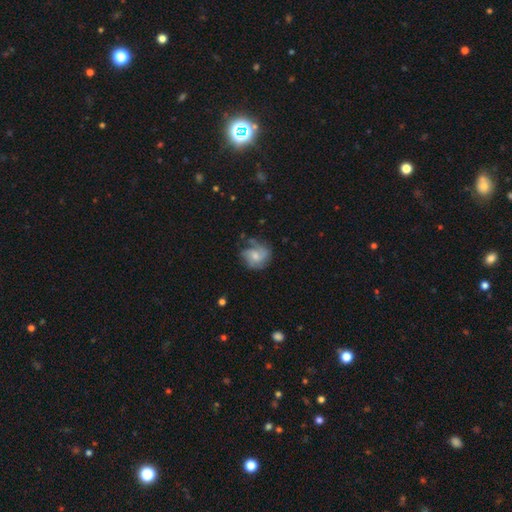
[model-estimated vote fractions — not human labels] smooth-or-featured: featured or disk: 59% | smooth: 33% | star or artifact: 8%
  disk-edge-on: no: 98% | yes: 2%
    bar: no: 68% | weak: 28% | strong: 4%
    has-spiral-arms: yes: 86% | no: 14%
    bulge-size: moderate: 46% | small: 44% | none: 5% | large: 4% | dominant: 1%
  merging: none: 59% | minor disturbance: 24% | major disturbance: 14% | merger: 2%